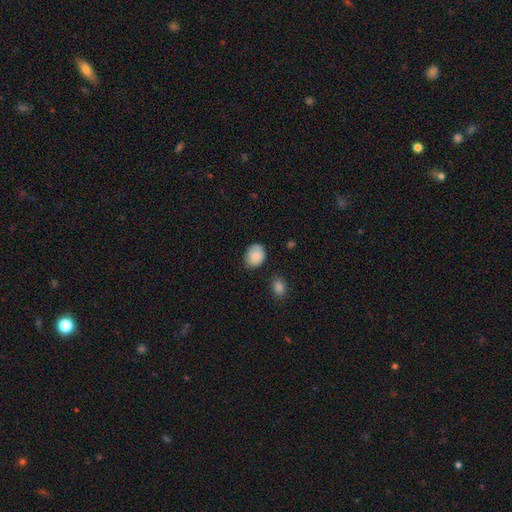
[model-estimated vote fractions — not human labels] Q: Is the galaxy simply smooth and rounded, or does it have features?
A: smooth — 85%.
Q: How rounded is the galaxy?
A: in between — 52%.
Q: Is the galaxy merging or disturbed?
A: none — 74%.